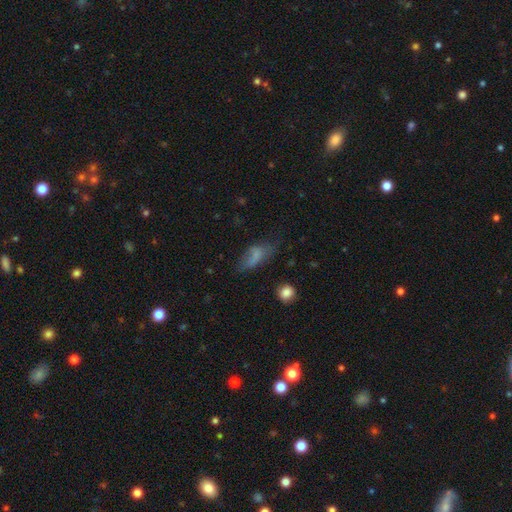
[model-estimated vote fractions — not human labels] smooth 67%, featured or disk 21%, star or artifact 12%. Down the decision tree: how rounded — in between (75%); merging — none (43%).